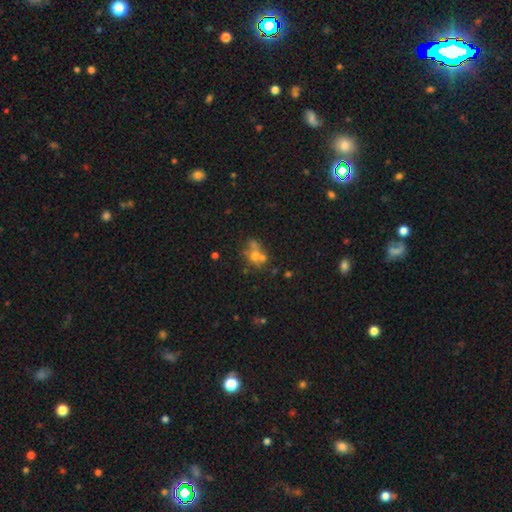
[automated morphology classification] smooth_or_featured: smooth (p=0.49) [alt: featured or disk p=0.31]
merging: merger (p=0.42) [alt: none p=0.37]